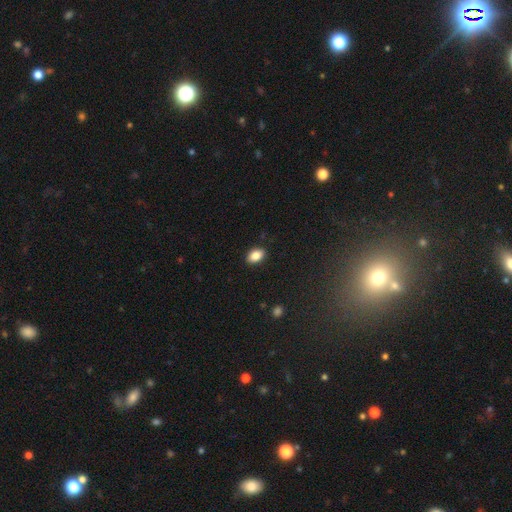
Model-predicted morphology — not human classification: A smooth galaxy with no disk features (86%) that is in between round and cigar-shaped (87%).

Vote fractions:
- Smooth or featured? smooth: 86% / star or artifact: 8% / featured or disk: 6%
- How rounded? in between: 87% / round: 12% / cigar-shaped: 1%
- Merging? none: 89% / minor disturbance: 8% / major disturbance: 2% / merger: 1%